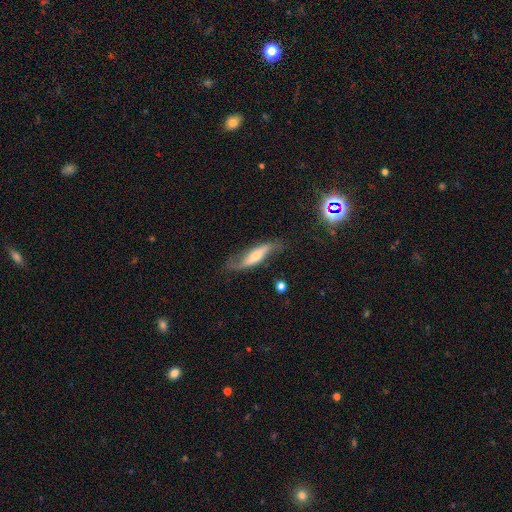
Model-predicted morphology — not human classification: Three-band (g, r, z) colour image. It shows a featured or disk galaxy (64%). Merging: none (61%).